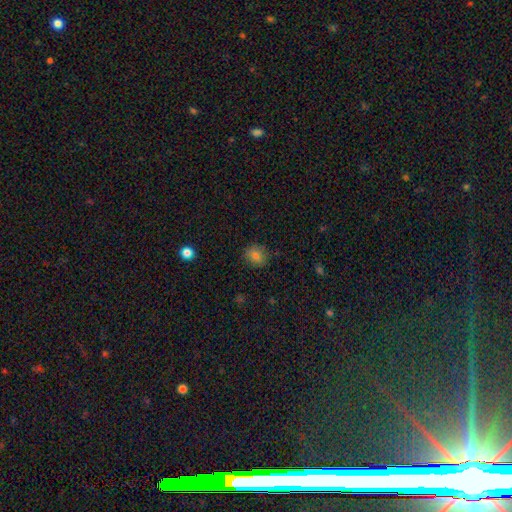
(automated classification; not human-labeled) This is clearly a smooth galaxy (80%). How rounded: likely round (78%). Merging: clearly none (85%).